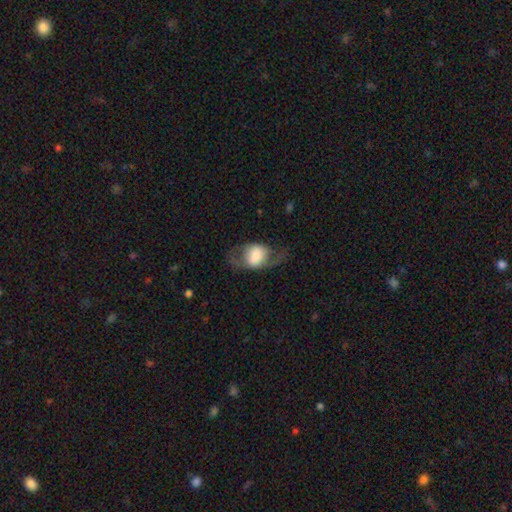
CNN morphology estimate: Smooth or featured? Predicted: smooth (p=0.49). Merging? Predicted: none (p=0.56).